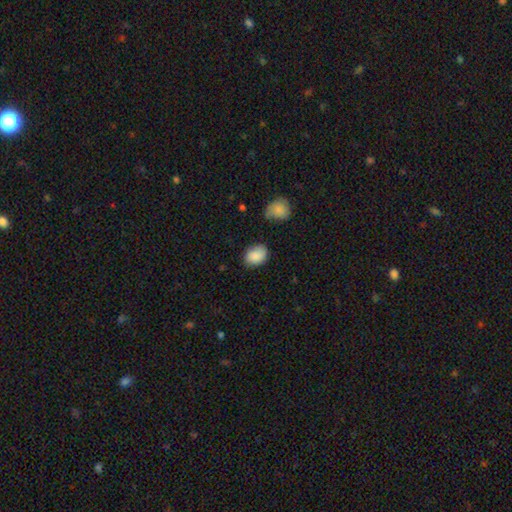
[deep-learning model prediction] Smooth or featured?
  - smooth: 87% *
  - star or artifact: 7%
  - featured or disk: 6%
How rounded?
  - in between: 68% *
  - round: 31%
  - cigar-shaped: 1%
Merging?
  - none: 74% *
  - minor disturbance: 19%
  - major disturbance: 4%
  - merger: 3%